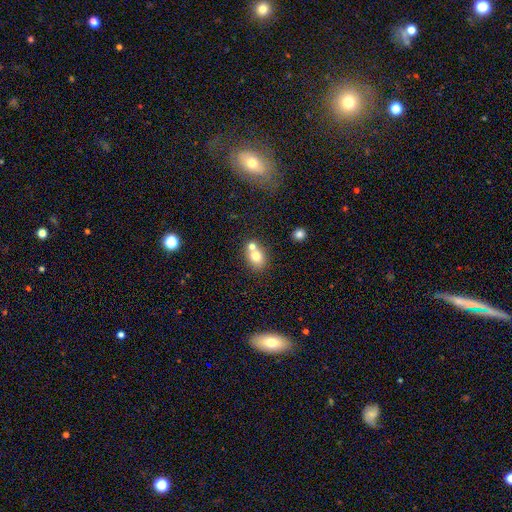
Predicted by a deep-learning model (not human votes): Smooth or featured? Predicted: smooth (p=0.74). How rounded? Predicted: round (p=0.53). Merging? Predicted: none (p=0.46).